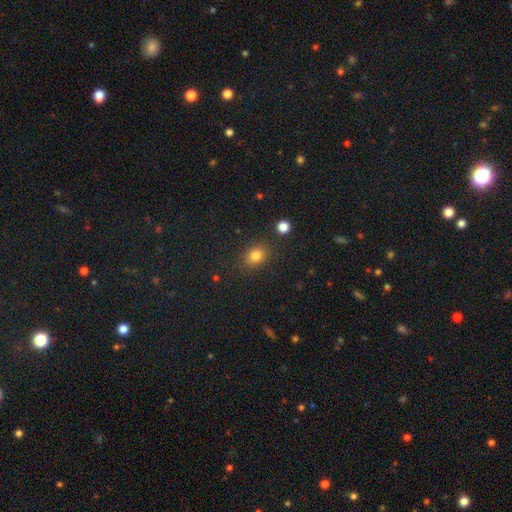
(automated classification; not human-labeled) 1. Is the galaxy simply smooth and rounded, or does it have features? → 81% smooth, 12% star or artifact, 6% featured or disk.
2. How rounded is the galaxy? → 50% in between, 49% round, 1% cigar-shaped.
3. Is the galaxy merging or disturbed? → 84% none, 10% minor disturbance, 3% major disturbance, 3% merger.